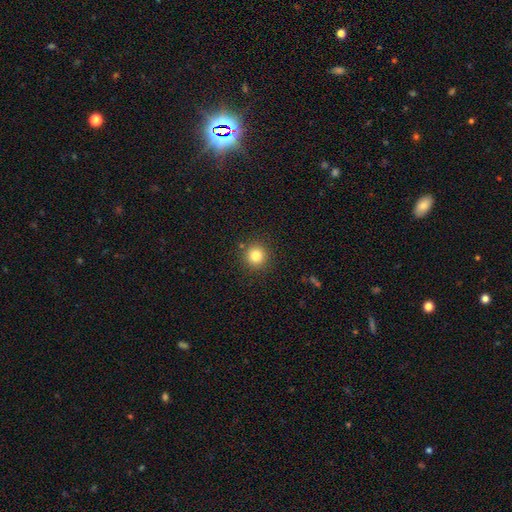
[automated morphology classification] Overall: smooth (81%). How rounded: round (94%). Merging: none (89%).